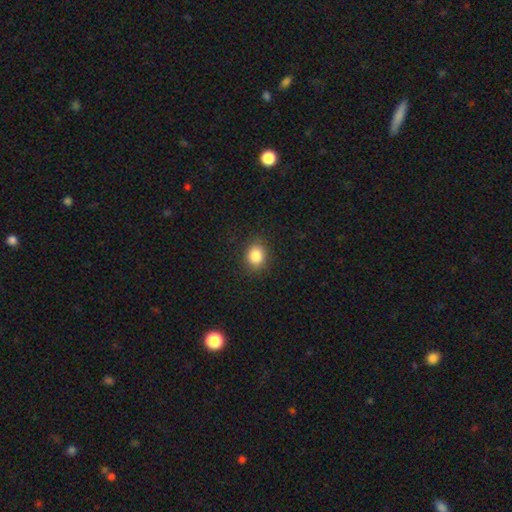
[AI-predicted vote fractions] A smooth galaxy with no disk features (86%) that is round (63%). Merging: none (87%).